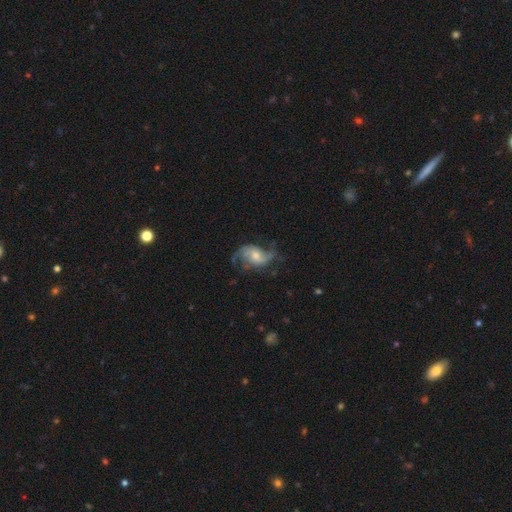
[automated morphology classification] Q: Smooth or featured?
A: featured or disk (79%); runner-up: smooth (14%)
Q: Edge-on disk?
A: no (97%); runner-up: yes (3%)
Q: Bar?
A: no (58%); runner-up: weak (34%)
Q: Spiral arms?
A: yes (94%); runner-up: no (6%)
Q: Spiral winding?
A: loose (58%); runner-up: medium (32%)
Q: Spiral arm count?
A: 2 (71%); runner-up: 3 (11%)
Q: Bulge size?
A: moderate (51%); runner-up: small (40%)
Q: Merging?
A: none (56%); runner-up: minor disturbance (22%)